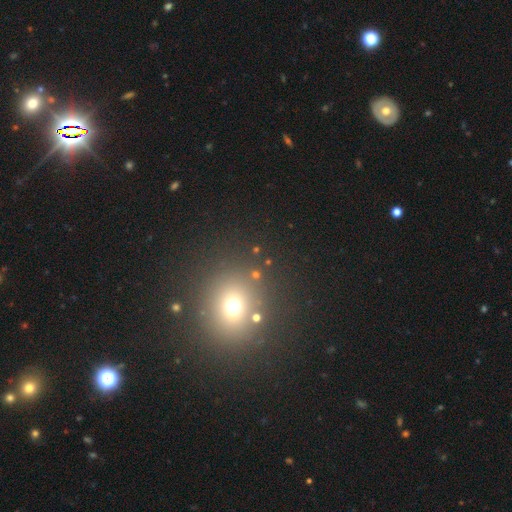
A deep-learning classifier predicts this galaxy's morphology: This appears to be a smooth galaxy with no disk features (56%) that is round (78%). Merging: none (85%).